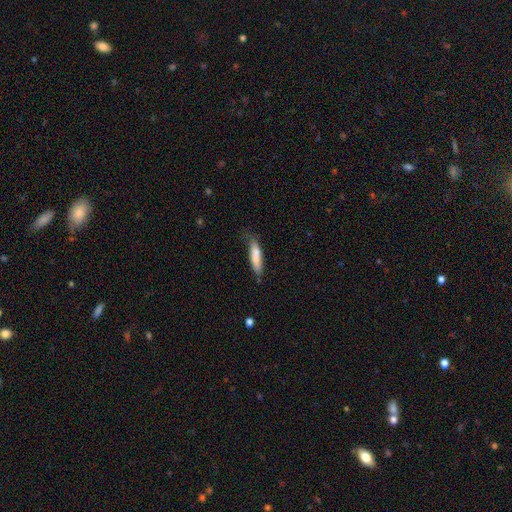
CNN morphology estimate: smooth_or_featured: smooth (p=0.76) [alt: featured or disk p=0.18]
how_rounded: cigar-shaped (p=0.74) [alt: in between p=0.25]
merging: none (p=0.58) [alt: minor disturbance p=0.29]